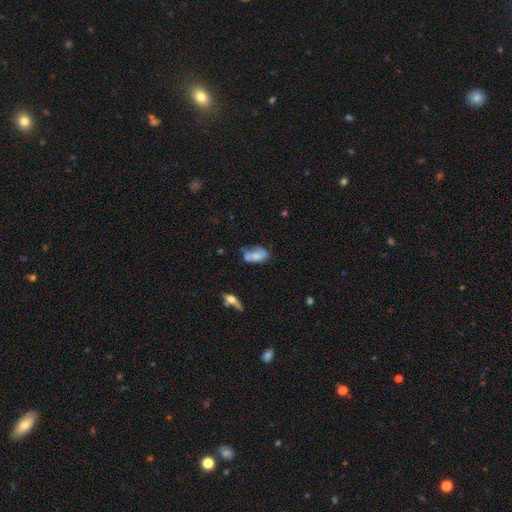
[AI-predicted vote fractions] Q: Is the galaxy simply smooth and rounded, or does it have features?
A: smooth — 61%.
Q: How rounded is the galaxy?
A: in between — 89%.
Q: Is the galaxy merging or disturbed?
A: none — 33%.